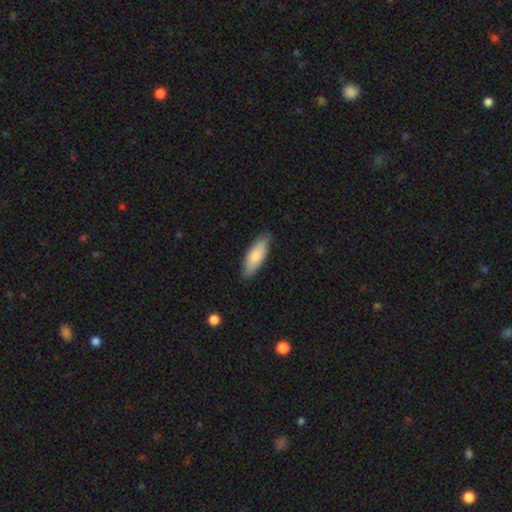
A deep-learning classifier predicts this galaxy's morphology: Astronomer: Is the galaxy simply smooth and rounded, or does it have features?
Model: smooth — 79%.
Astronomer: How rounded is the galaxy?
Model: in between — 66%.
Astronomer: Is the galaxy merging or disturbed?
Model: none — 83%.